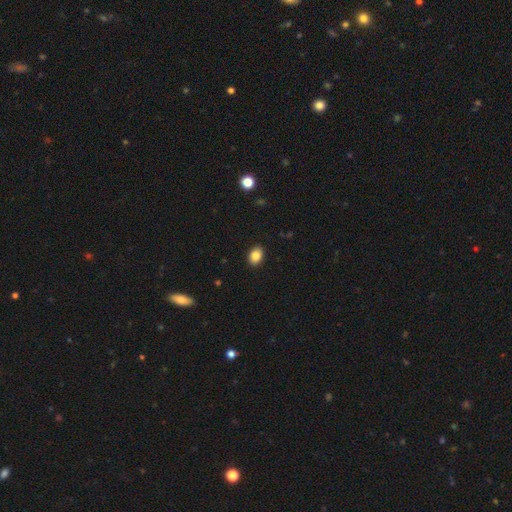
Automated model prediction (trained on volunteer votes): Morphology: type=smooth (86%); roundness=in between (80%); merging=none (89%).